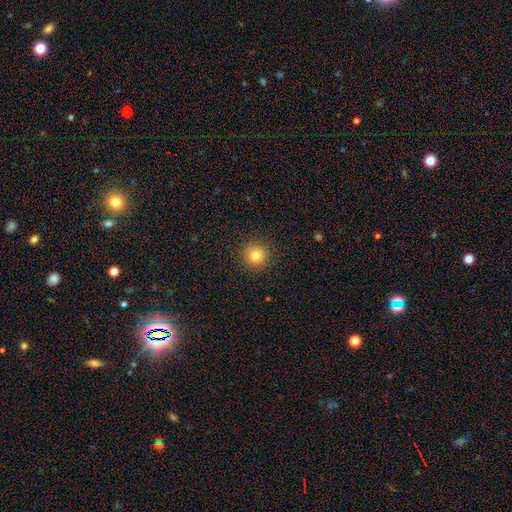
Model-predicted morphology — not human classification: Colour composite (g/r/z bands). It shows a smooth galaxy with no disk features (81%) that is round (95%). Merging: none (92%).